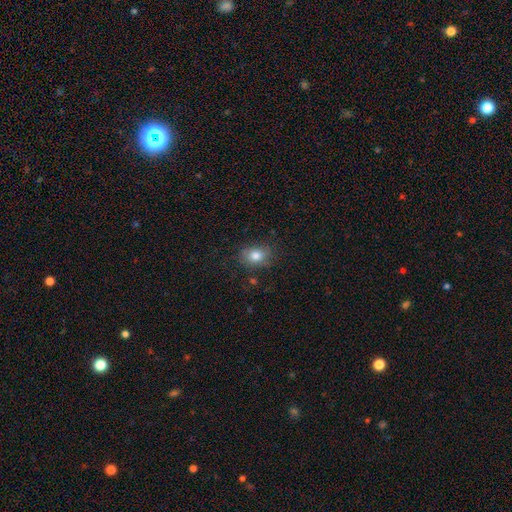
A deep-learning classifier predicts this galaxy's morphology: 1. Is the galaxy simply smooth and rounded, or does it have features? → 81% smooth, 10% star or artifact, 8% featured or disk.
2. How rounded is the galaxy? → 60% in between, 38% round, 1% cigar-shaped.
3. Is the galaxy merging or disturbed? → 79% none, 15% minor disturbance, 4% major disturbance, 2% merger.